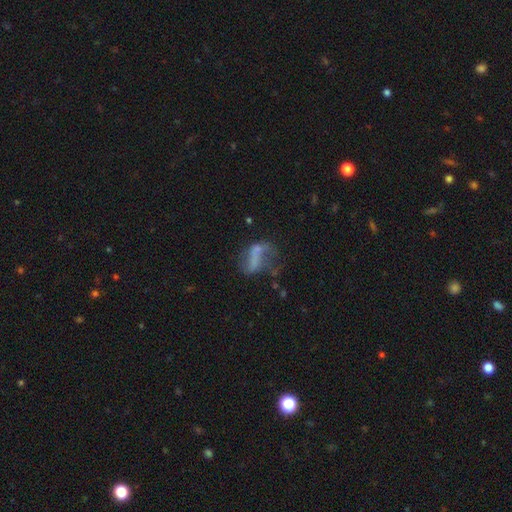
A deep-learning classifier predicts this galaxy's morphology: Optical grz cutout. It shows a featured or disk galaxy (50%). Merging: major disturbance (35%).